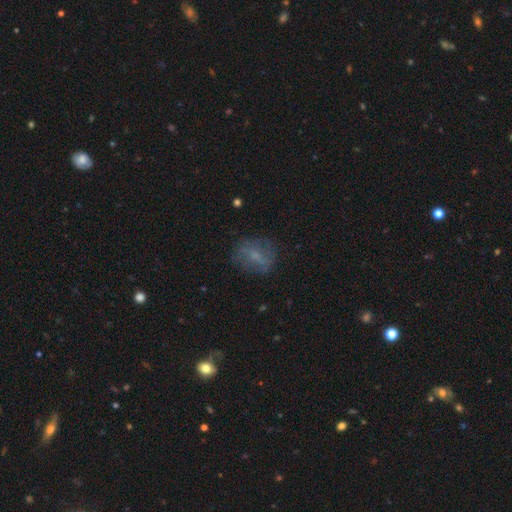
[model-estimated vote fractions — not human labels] smooth_or_featured: smooth (p=0.49) [alt: featured or disk p=0.38]
merging: none (p=0.68) [alt: minor disturbance p=0.19]